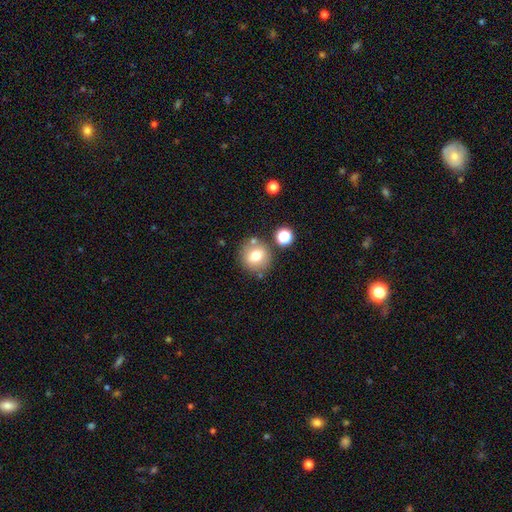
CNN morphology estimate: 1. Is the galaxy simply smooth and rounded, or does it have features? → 72% smooth, 16% featured or disk, 12% star or artifact.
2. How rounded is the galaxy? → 88% round, 11% in between, 1% cigar-shaped.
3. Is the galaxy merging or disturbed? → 77% none, 10% minor disturbance, 9% merger, 3% major disturbance.